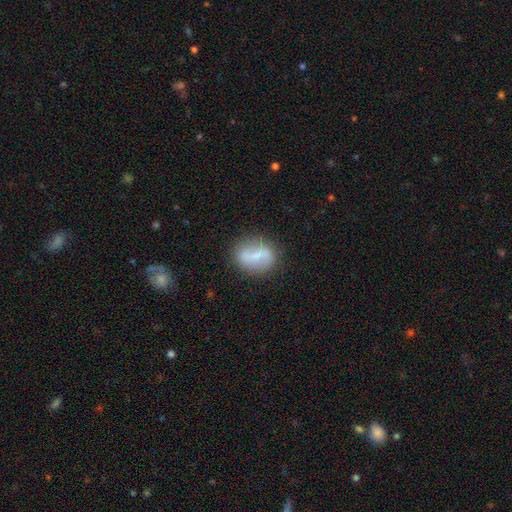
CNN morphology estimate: This appears to be a featured or disk galaxy (51%). Merging: none (76%).